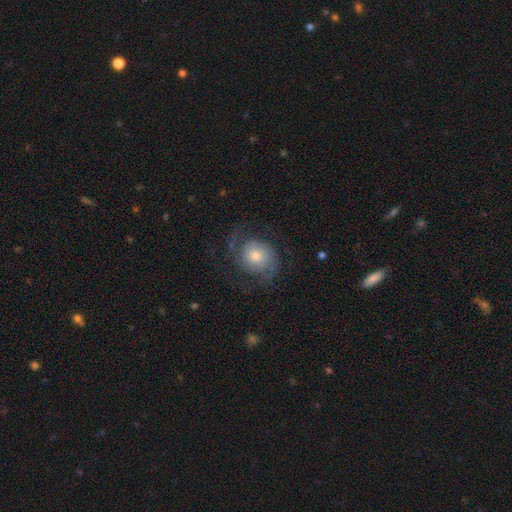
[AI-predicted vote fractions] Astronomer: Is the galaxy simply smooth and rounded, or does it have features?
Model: featured or disk — 70%.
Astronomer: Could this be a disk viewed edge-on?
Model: no — 98%.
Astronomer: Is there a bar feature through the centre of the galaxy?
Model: no — 76%.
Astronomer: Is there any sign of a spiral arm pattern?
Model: yes — 92%.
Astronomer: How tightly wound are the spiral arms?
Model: medium — 45% (runner-up: tight, 28%).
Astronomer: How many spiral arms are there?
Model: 2 — 70%.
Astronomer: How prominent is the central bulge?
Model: moderate — 49% (runner-up: small, 39%).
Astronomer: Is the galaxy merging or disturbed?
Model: none — 65%.